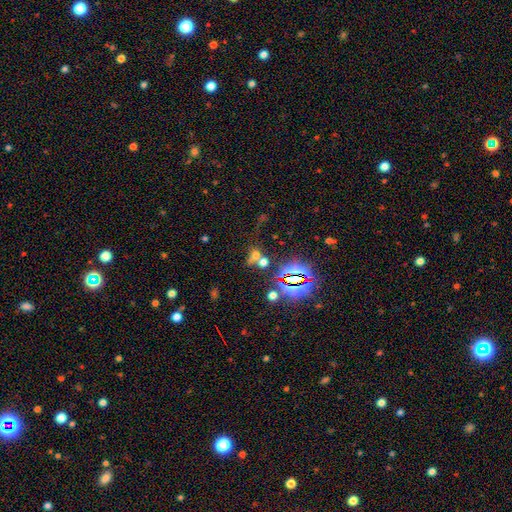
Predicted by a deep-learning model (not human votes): This is possibly a smooth galaxy (45%). Merging: marginally merger (41%, tied with none).